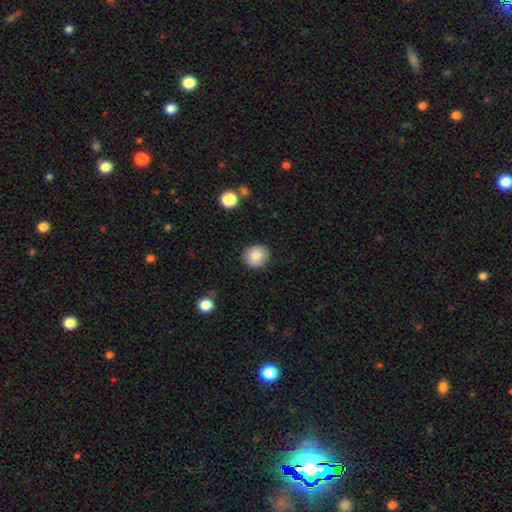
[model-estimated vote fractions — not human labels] smooth-or-featured: smooth: 83% | star or artifact: 9% | featured or disk: 8%
  how-rounded: round: 90% | in between: 9% | cigar-shaped: 1%
  merging: none: 90% | minor disturbance: 7% | major disturbance: 2% | merger: 1%